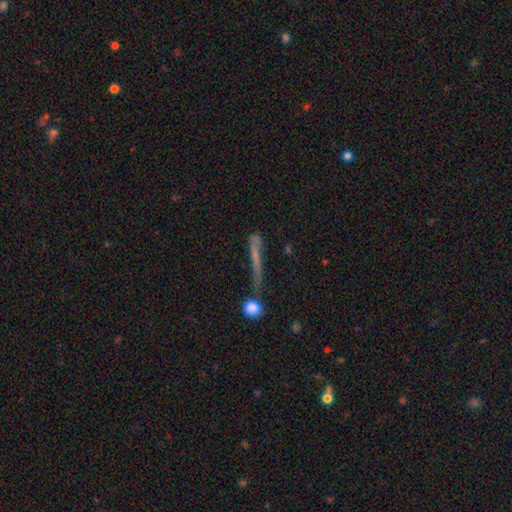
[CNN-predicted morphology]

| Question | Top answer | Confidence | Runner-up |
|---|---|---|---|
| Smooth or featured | smooth | 45% | featured or disk (39%) |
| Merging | none | 52% | minor disturbance (19%) |